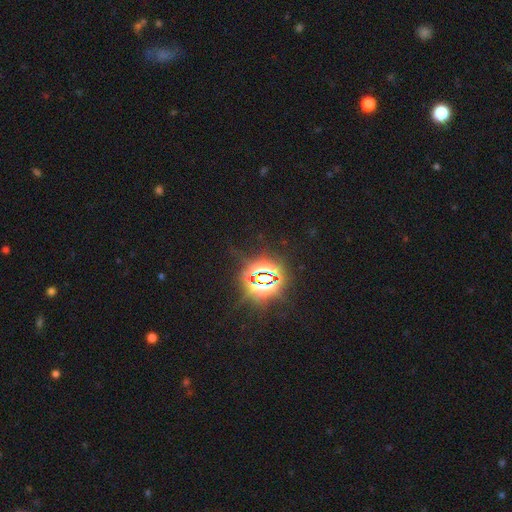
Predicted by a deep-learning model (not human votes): This appears to be a star or artifact, not a galaxy (84%).